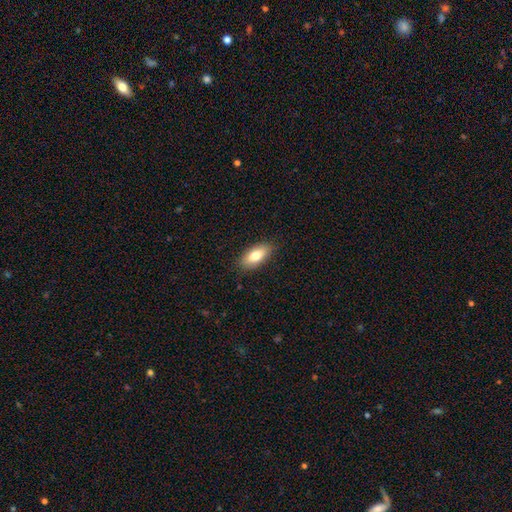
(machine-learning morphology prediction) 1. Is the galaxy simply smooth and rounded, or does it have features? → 78% smooth, 15% featured or disk, 7% star or artifact.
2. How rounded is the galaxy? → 88% in between, 9% cigar-shaped, 3% round.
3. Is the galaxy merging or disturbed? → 86% none, 11% minor disturbance, 2% major disturbance, 1% merger.